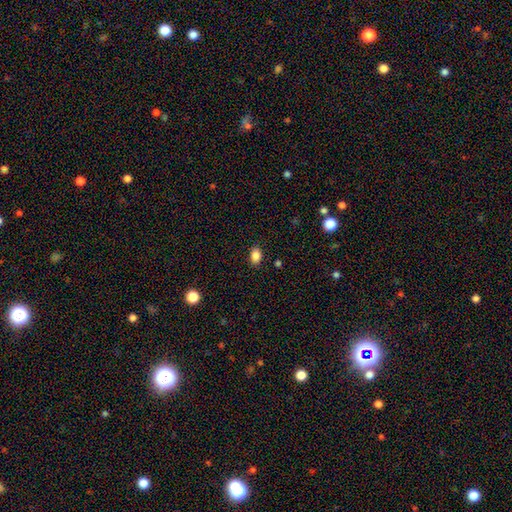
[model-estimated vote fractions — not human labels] Overall: smooth (85%). How rounded: in between (80%). Merging: none (87%).